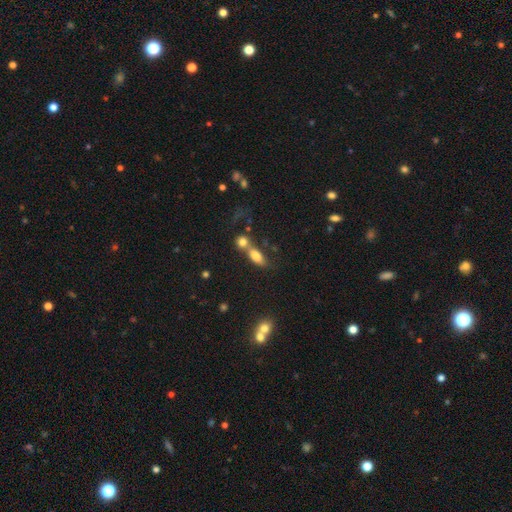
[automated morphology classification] A smooth galaxy with no disk features (77%) that is in between round and cigar-shaped (75%). Merging: merger (51%).